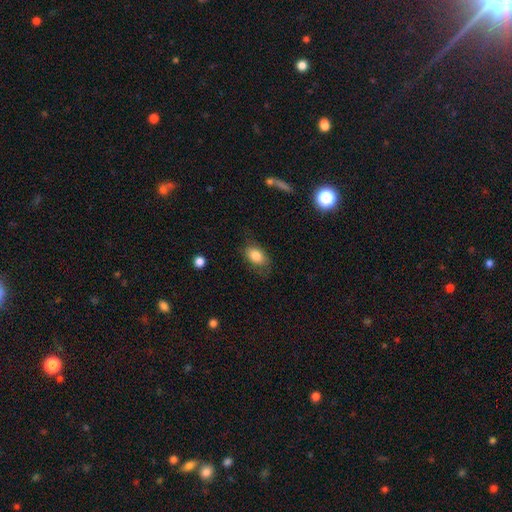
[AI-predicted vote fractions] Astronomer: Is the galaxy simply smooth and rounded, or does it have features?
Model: smooth — 81%.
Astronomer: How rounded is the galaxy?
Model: in between — 87%.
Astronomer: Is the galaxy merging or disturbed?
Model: none — 70%.